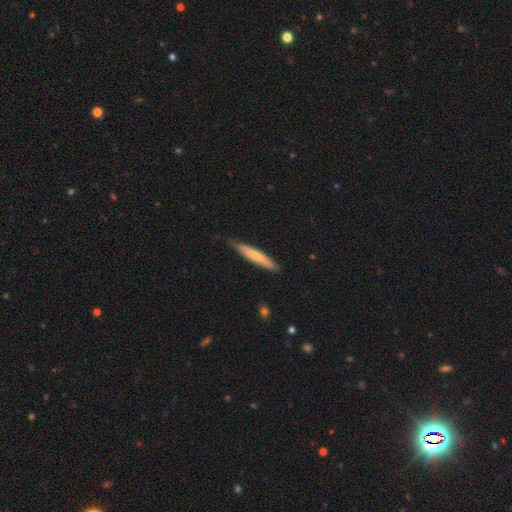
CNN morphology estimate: smooth-or-featured: smooth: 66% | featured or disk: 29% | star or artifact: 5%
  how-rounded: cigar-shaped: 92% | in between: 6% | round: 1%
  merging: none: 76% | minor disturbance: 20% | major disturbance: 3% | merger: 1%